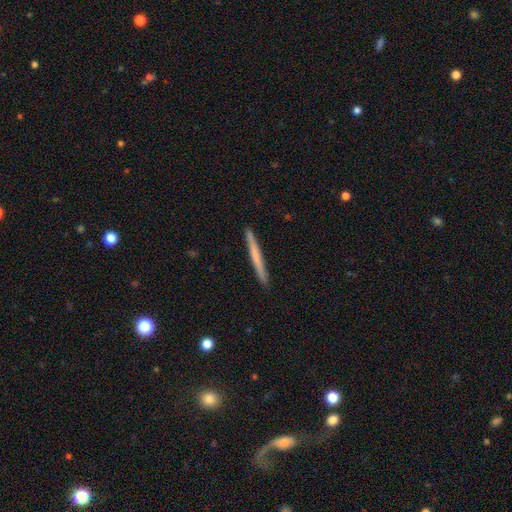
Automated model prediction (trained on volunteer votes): This is possibly a smooth galaxy (55%). How rounded: clearly cigar-shaped (97%). Merging: clearly none (92%).